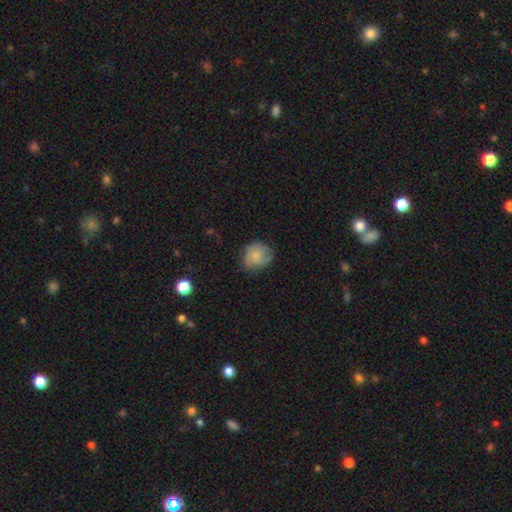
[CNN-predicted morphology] Q: Smooth or featured?
A: smooth (70%); runner-up: featured or disk (22%)
Q: How rounded?
A: round (74%); runner-up: in between (25%)
Q: Merging?
A: none (62%); runner-up: minor disturbance (28%)